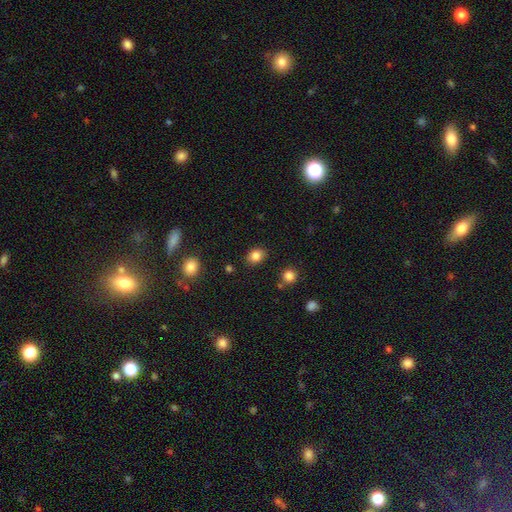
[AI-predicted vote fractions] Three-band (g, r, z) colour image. It shows a smooth galaxy with no disk features (84%) that is in between round and cigar-shaped (56%). Merging: none (85%).